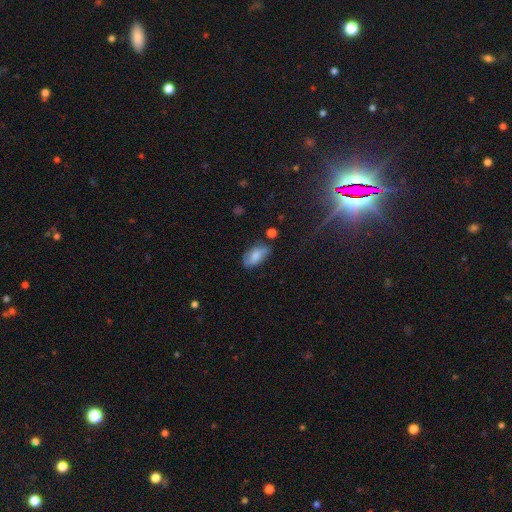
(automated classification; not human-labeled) This appears to be a smooth galaxy with no disk features (72%) that is in between round and cigar-shaped (92%). Merging: none (64%).